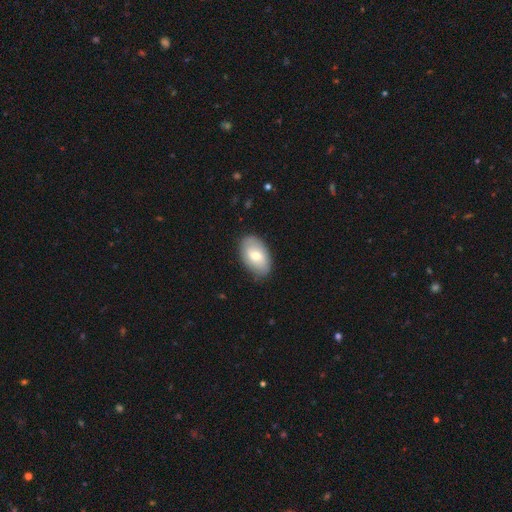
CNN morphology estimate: This is likely a smooth galaxy (67%). How rounded: clearly in between (93%). Merging: clearly none (82%).